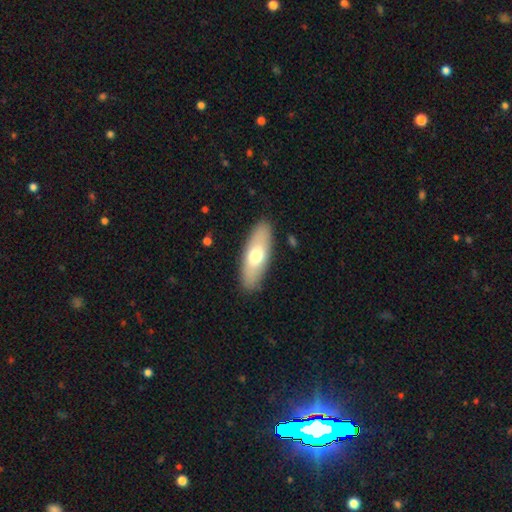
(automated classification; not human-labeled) A smooth galaxy with no disk features (66%) that is in between round and cigar-shaped (69%).

Vote fractions:
- Smooth or featured? smooth: 66% / featured or disk: 29% / star or artifact: 6%
- How rounded? in between: 69% / cigar-shaped: 29% / round: 2%
- Merging? none: 88% / minor disturbance: 9% / major disturbance: 2% / merger: 1%